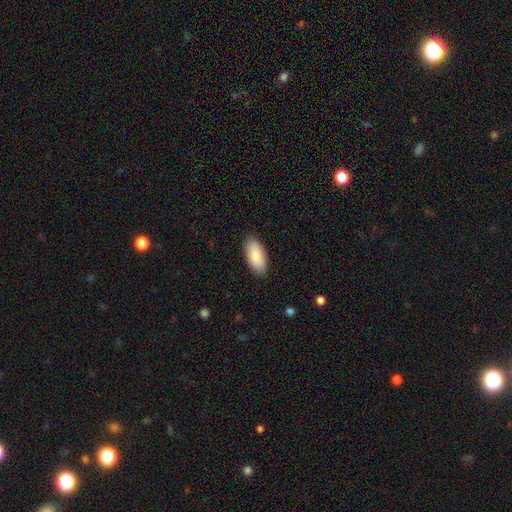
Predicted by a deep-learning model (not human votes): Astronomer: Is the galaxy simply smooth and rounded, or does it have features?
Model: smooth — 85%.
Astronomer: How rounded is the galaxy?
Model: in between — 92%.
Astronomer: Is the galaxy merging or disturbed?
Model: none — 88%.